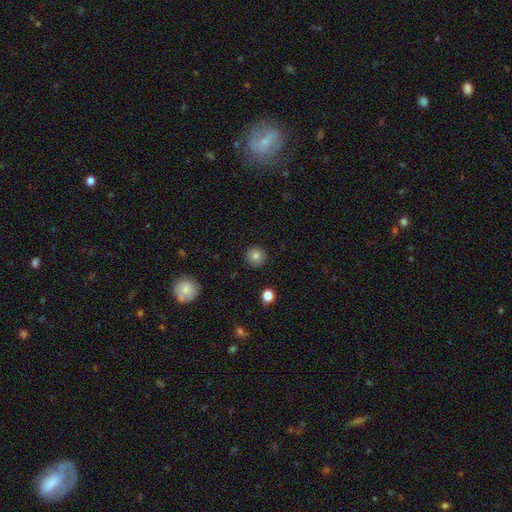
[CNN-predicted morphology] Smooth or featured?
  - smooth: 82% *
  - star or artifact: 10%
  - featured or disk: 8%
How rounded?
  - round: 94% *
  - in between: 5%
  - cigar-shaped: 1%
Merging?
  - none: 91% *
  - minor disturbance: 6%
  - major disturbance: 2%
  - merger: 1%